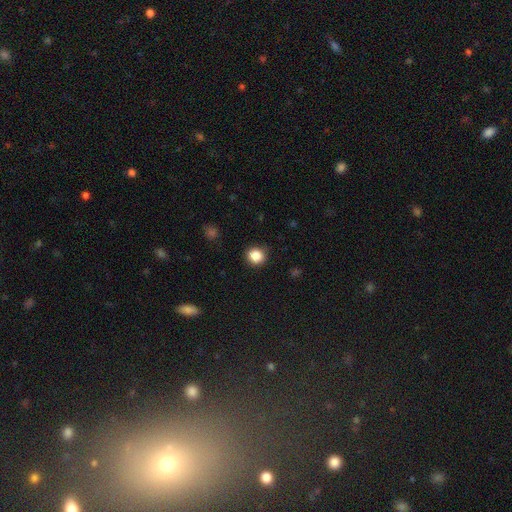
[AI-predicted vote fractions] smooth_or_featured: smooth (p=0.86) [alt: star or artifact p=0.10]
how_rounded: round (p=0.83) [alt: in between p=0.16]
merging: none (p=0.86) [alt: minor disturbance p=0.10]